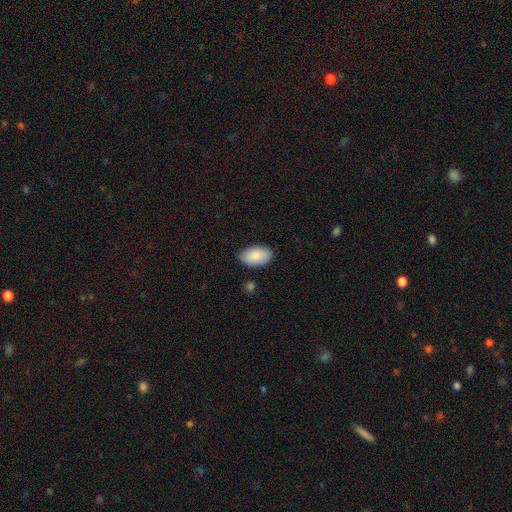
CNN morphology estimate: smooth 89%, star or artifact 6%, featured or disk 6%. Down the decision tree: how rounded — in between (94%); merging — none (84%).